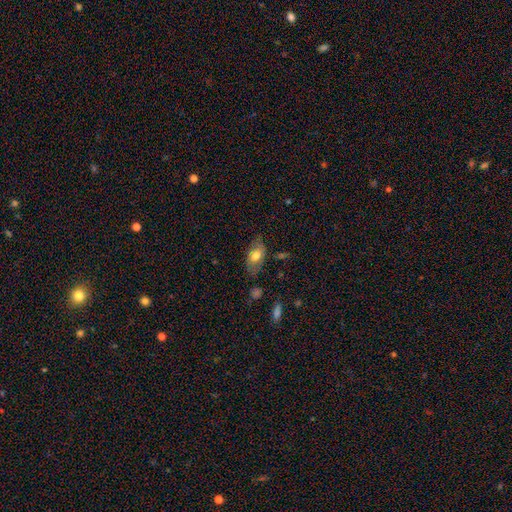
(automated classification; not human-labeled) smooth-or-featured: smooth: 69% | featured or disk: 24% | star or artifact: 7%
  how-rounded: in between: 90% | round: 6% | cigar-shaped: 4%
  merging: none: 70% | minor disturbance: 22% | major disturbance: 5% | merger: 2%